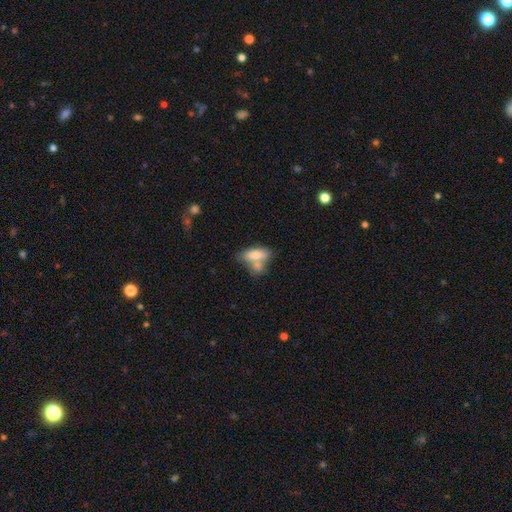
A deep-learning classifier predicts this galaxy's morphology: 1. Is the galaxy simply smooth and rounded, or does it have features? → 75% smooth, 17% featured or disk, 8% star or artifact.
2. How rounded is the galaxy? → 84% in between, 11% cigar-shaped, 5% round.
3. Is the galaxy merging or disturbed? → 48% merger, 32% none, 13% minor disturbance, 7% major disturbance.